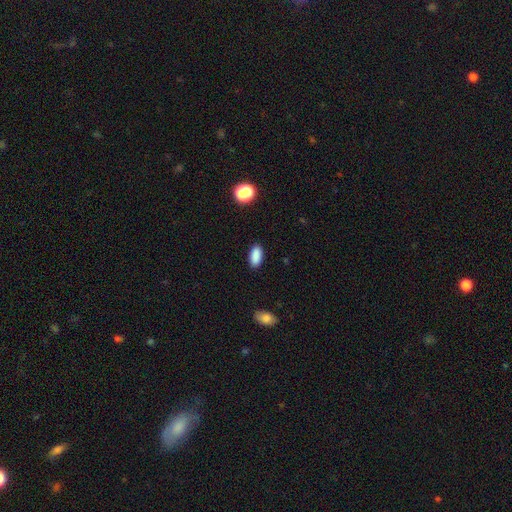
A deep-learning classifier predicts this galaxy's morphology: A smooth galaxy with no disk features (89%) that is in between round and cigar-shaped (90%). Merging: none (88%).